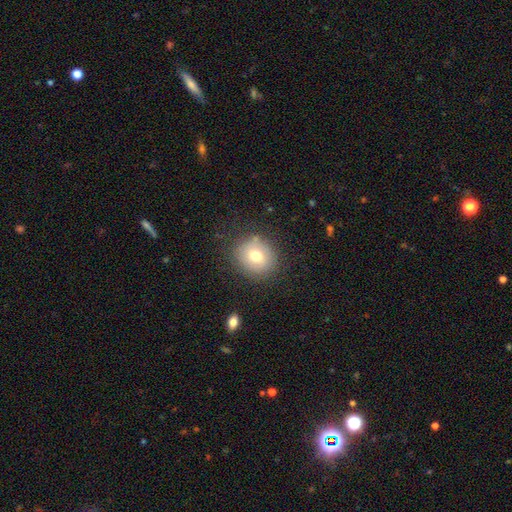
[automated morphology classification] Smooth or featured?
  - smooth: 72% *
  - featured or disk: 17%
  - star or artifact: 11%
How rounded?
  - round: 75% *
  - in between: 25%
  - cigar-shaped: 1%
Merging?
  - none: 82% *
  - minor disturbance: 12%
  - major disturbance: 4%
  - merger: 2%